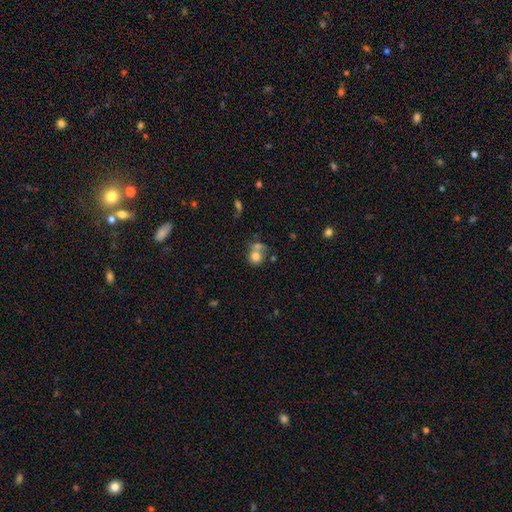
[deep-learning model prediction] Smooth or featured: smooth — 76% (featured or disk — 13%)
How rounded: round — 77% (in between — 22%)
Merging: merger — 45% (none — 36%)